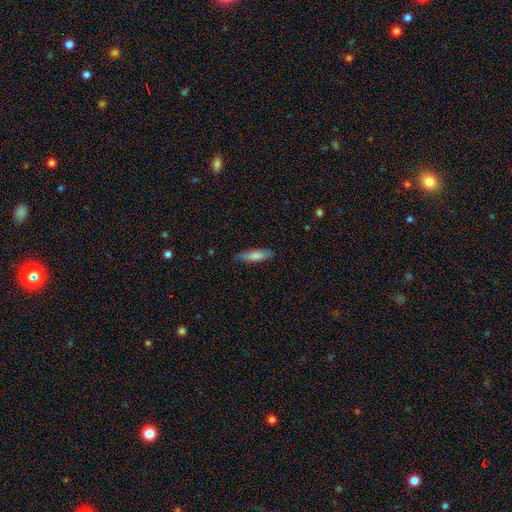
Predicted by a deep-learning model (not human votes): A smooth galaxy with no disk features (80%) that is cigar-shaped (59%). Merging: none (81%).